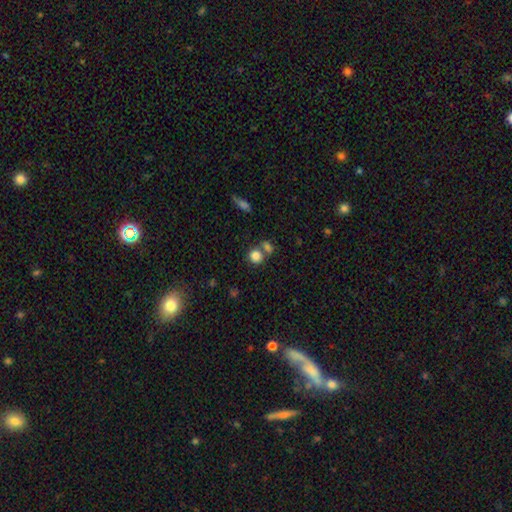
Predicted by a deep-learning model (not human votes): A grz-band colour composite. It shows a smooth galaxy with no disk features (83%) that is round (81%). Merging: none (54%).